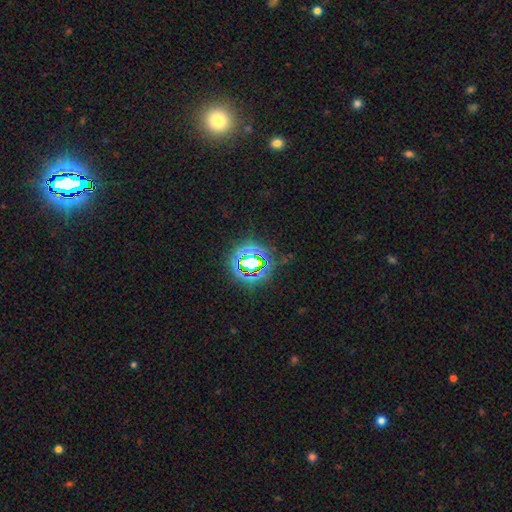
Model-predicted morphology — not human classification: Smooth or featured? star or artifact (71%)